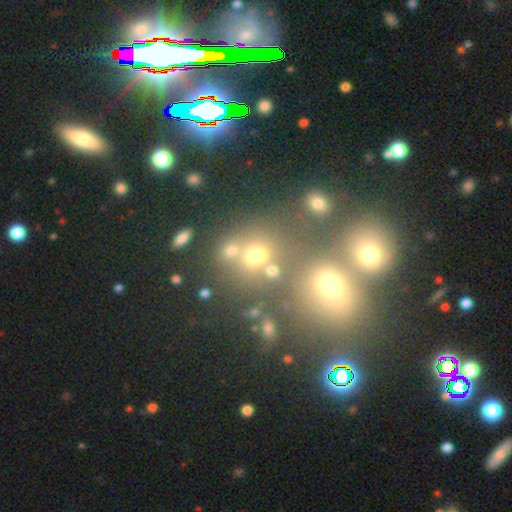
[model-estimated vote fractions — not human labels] This appears to be a smooth galaxy with no disk features (65%) that is round (76%). Merging: none (54%).